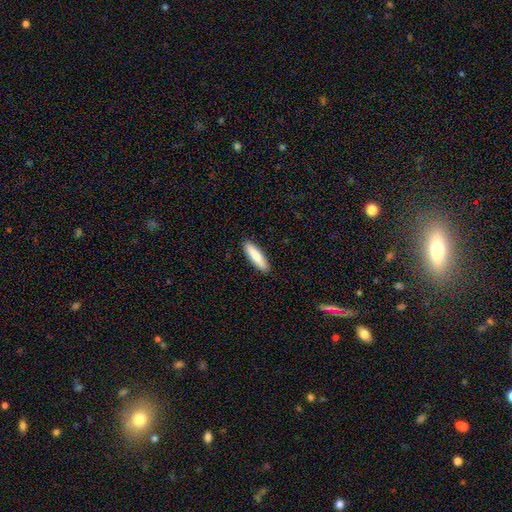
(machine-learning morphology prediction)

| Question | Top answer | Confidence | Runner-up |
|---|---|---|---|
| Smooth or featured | smooth | 83% | featured or disk (11%) |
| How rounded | cigar-shaped | 73% | in between (25%) |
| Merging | none | 90% | minor disturbance (7%) |